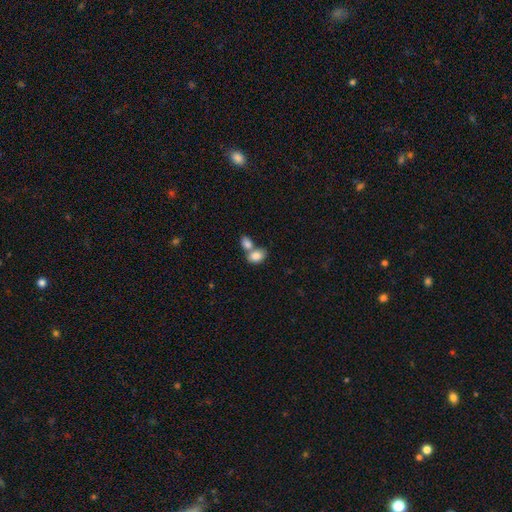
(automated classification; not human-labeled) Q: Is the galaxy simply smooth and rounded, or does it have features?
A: smooth — 83%.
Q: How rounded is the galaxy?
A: in between — 81%.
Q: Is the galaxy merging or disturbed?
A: merger — 58%.